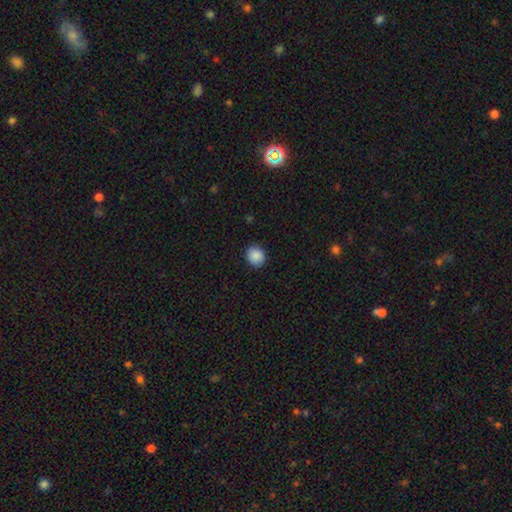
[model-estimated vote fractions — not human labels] smooth 88%, star or artifact 8%, featured or disk 3%. Down the decision tree: how rounded — round (75%); merging — none (89%).